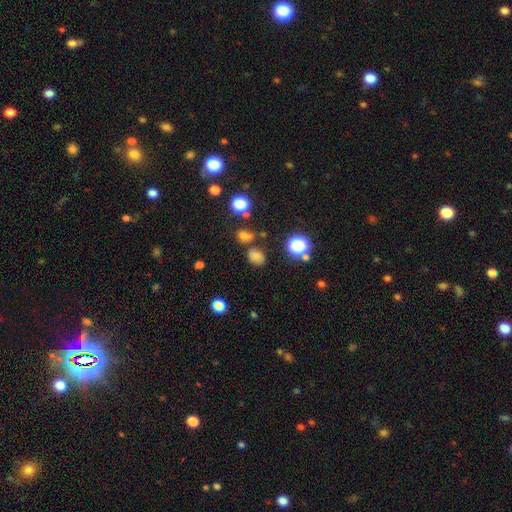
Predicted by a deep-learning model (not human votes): smooth-or-featured: smooth: 72% | star or artifact: 23% | featured or disk: 5%
  how-rounded: round: 52% | in between: 46% | cigar-shaped: 1%
  merging: none: 72% | minor disturbance: 13% | merger: 10% | major disturbance: 5%